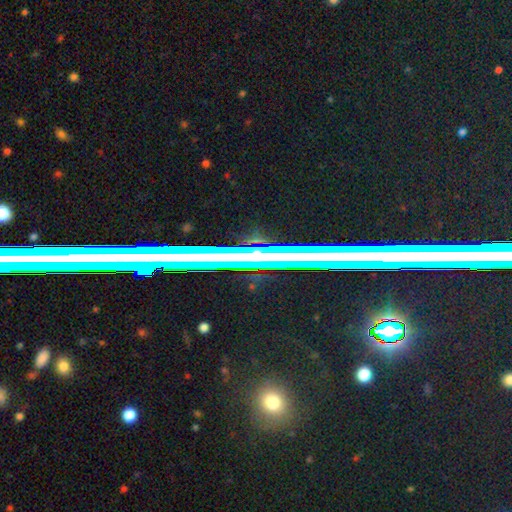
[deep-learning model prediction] Smooth or featured?
  - star or artifact: 54% *
  - featured or disk: 27%
  - smooth: 18%